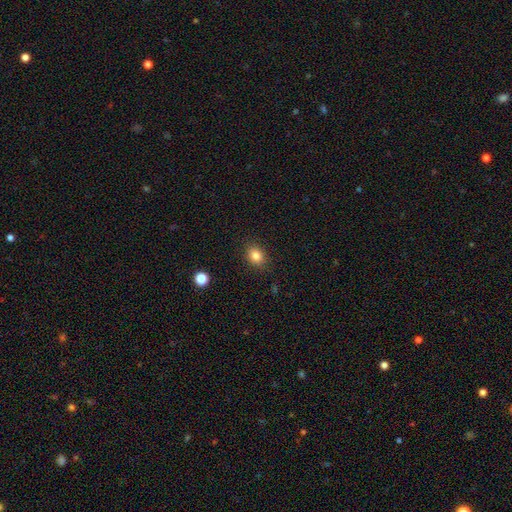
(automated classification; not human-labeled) Smooth or featured? smooth (84%)
How rounded? in between (54%)
Merging? none (87%)